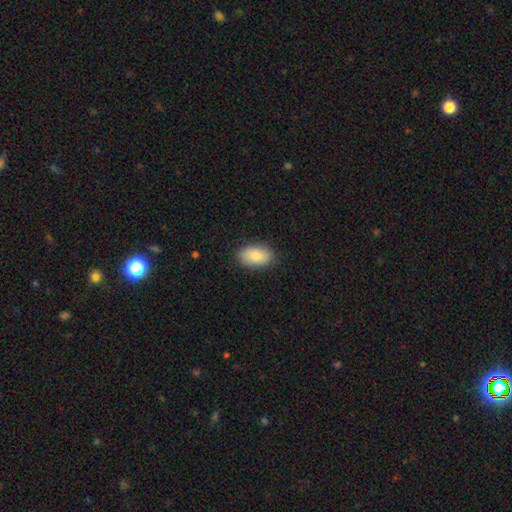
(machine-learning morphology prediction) Smooth or featured: smooth — 85% (featured or disk — 8%)
How rounded: in between — 92% (round — 6%)
Merging: none — 86% (minor disturbance — 10%)